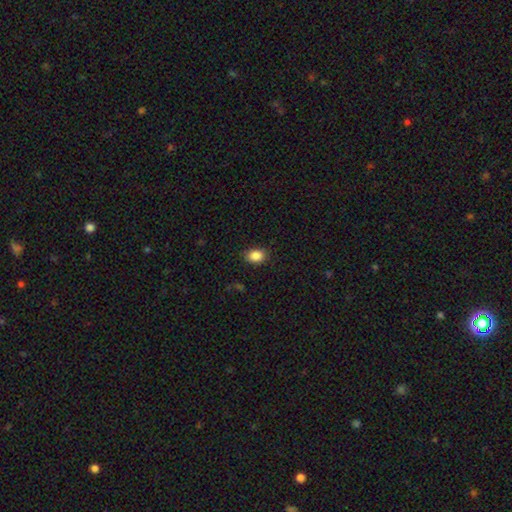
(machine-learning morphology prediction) A smooth galaxy with no disk features (87%) that is in between round and cigar-shaped (69%). Merging: none (86%).